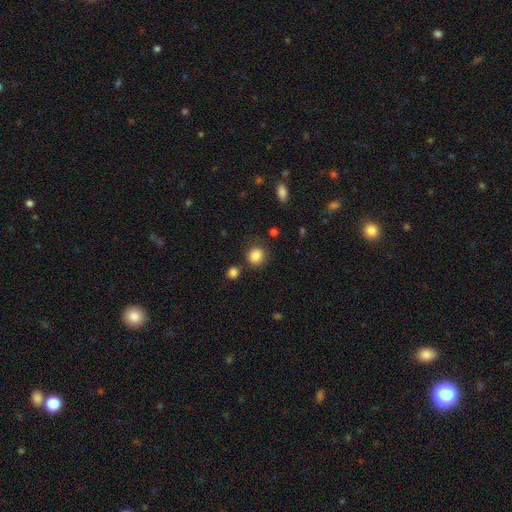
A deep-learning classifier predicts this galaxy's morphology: smooth-or-featured: smooth: 86% | star or artifact: 10% | featured or disk: 4%
  how-rounded: round: 83% | in between: 16% | cigar-shaped: 1%
  merging: none: 80% | minor disturbance: 11% | merger: 5% | major disturbance: 4%